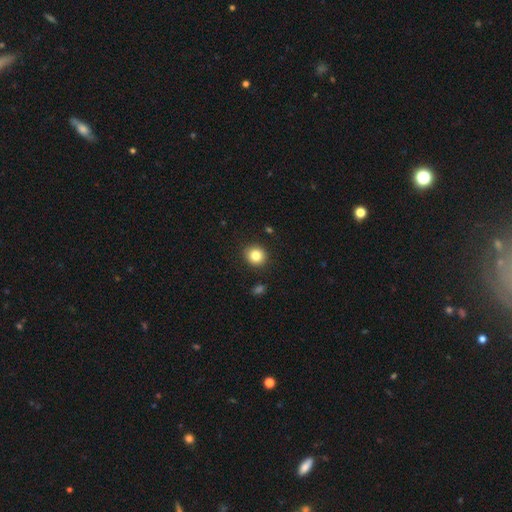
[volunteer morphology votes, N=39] smooth_or_featured: smooth (p=0.85) [alt: star or artifact p=0.10]
how_rounded: round (p=0.94) [alt: in between p=0.06]
merging: none (p=0.86) [alt: minor disturbance p=0.06]